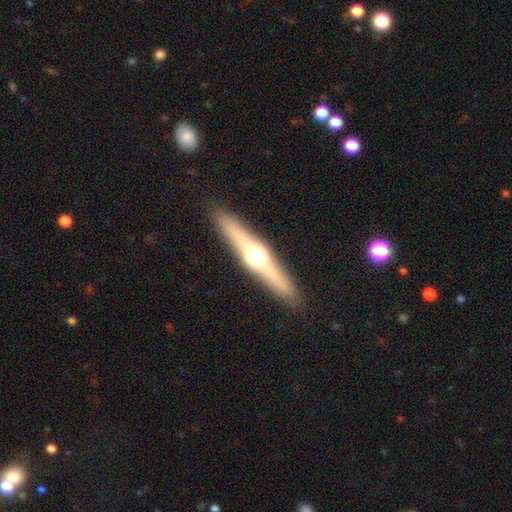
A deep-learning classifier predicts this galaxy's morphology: The model was most divided on "smooth or featured": featured or disk: 66%, smooth: 27%, star or artifact: 6%. More confident: edge-on disk — yes (96%); edge-on bulge — rounded (95%); merging — none (90%).